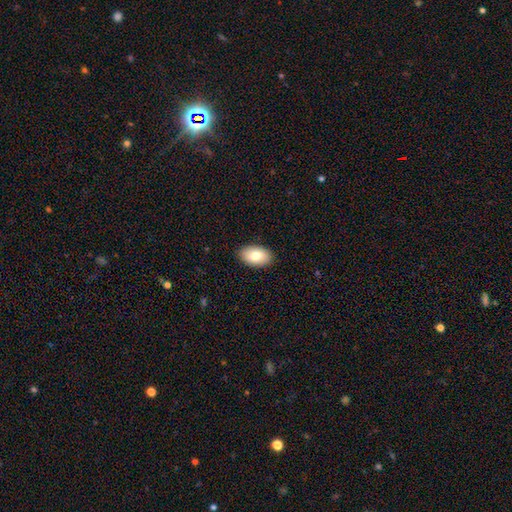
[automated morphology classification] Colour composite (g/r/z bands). It shows a smooth galaxy with no disk features (77%) that is in between round and cigar-shaped (93%). Merging: none (89%).